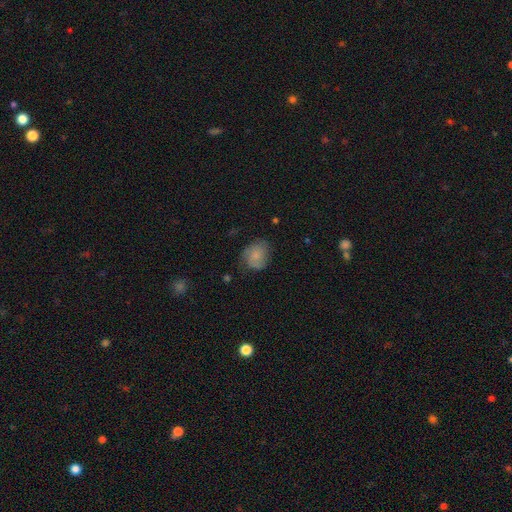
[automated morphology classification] Q: Smooth or featured?
A: smooth (63%); runner-up: featured or disk (28%)
Q: How rounded?
A: round (65%); runner-up: in between (34%)
Q: Merging?
A: none (62%); runner-up: minor disturbance (27%)